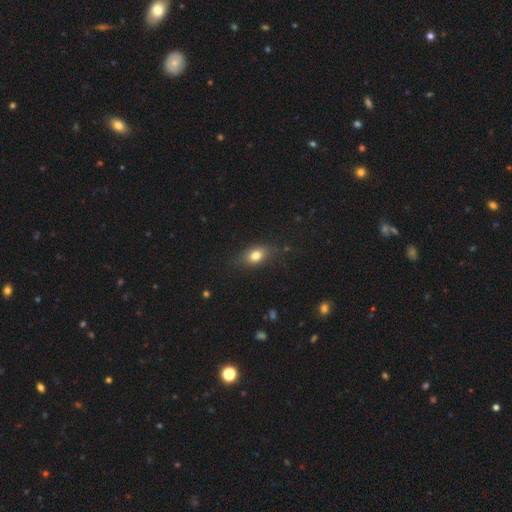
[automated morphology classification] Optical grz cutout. It shows a smooth galaxy with no disk features (78%) that is in between round and cigar-shaped (76%). Merging: none (75%).